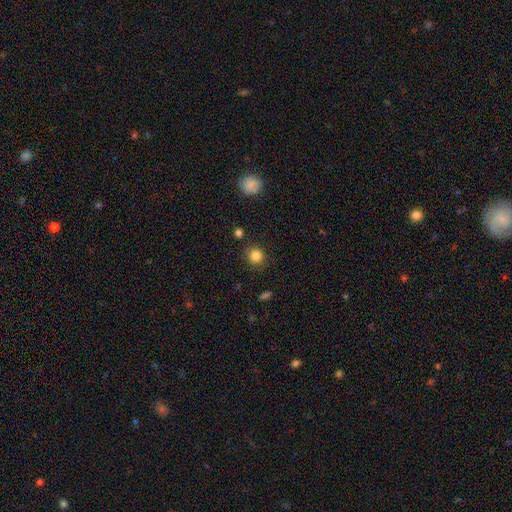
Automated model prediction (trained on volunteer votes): Smooth or featured: smooth — 84% (star or artifact — 11%)
How rounded: round — 86% (in between — 13%)
Merging: none — 84% (minor disturbance — 11%)